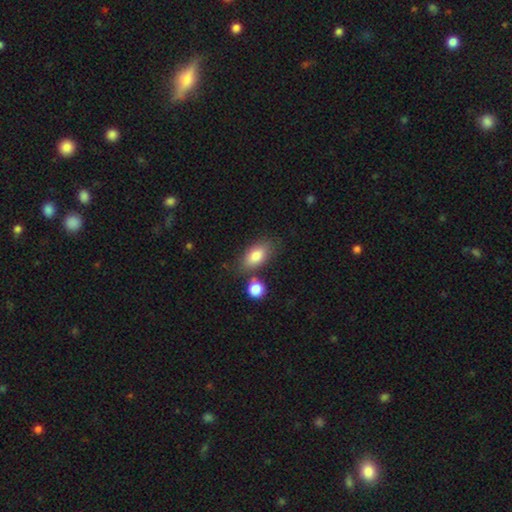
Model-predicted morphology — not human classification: The model was most divided on "merging": none: 67%, minor disturbance: 15%, merger: 13%, major disturbance: 4%. More confident: how rounded — in between (88%); smooth or featured — smooth (81%).